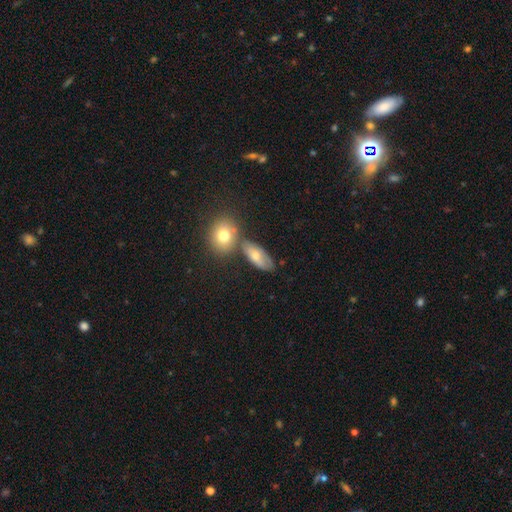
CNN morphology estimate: smooth-or-featured: smooth: 63% | featured or disk: 27% | star or artifact: 9%
  how-rounded: in between: 77% | round: 14% | cigar-shaped: 9%
  merging: none: 55% | merger: 20% | minor disturbance: 18% | major disturbance: 7%